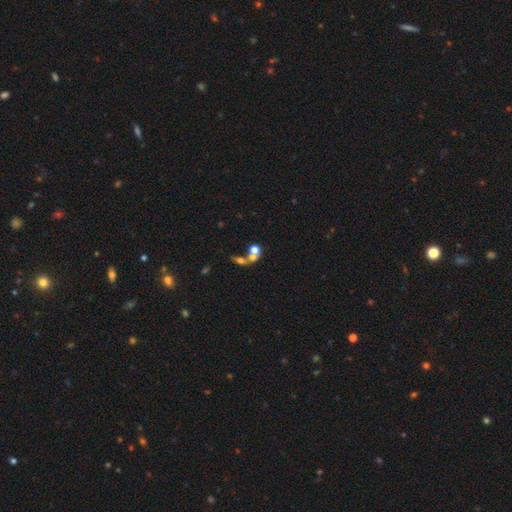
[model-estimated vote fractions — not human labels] smooth-or-featured: smooth: 52% | star or artifact: 24% | featured or disk: 24%
  how-rounded: round: 60% | in between: 35% | cigar-shaped: 5%
  merging: merger: 51% | none: 32% | major disturbance: 8% | minor disturbance: 8%